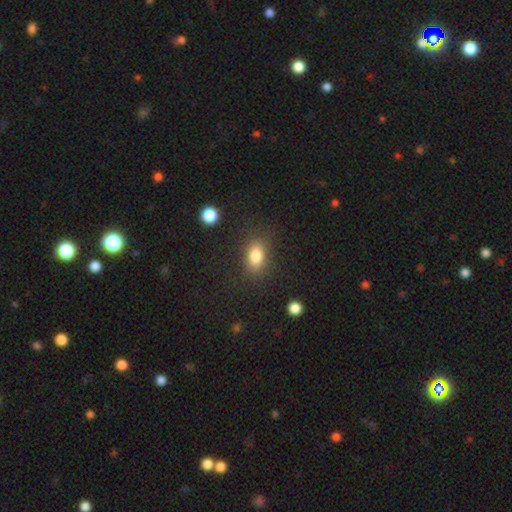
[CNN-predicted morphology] smooth 81%, star or artifact 10%, featured or disk 8%. Down the decision tree: how rounded — in between (80%); merging — none (82%).